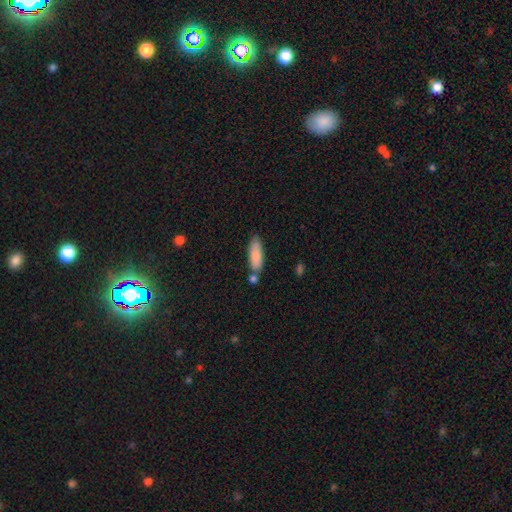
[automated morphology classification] smooth 85%, featured or disk 9%, star or artifact 6%. Down the decision tree: how rounded — in between (54%); merging — none (65%).